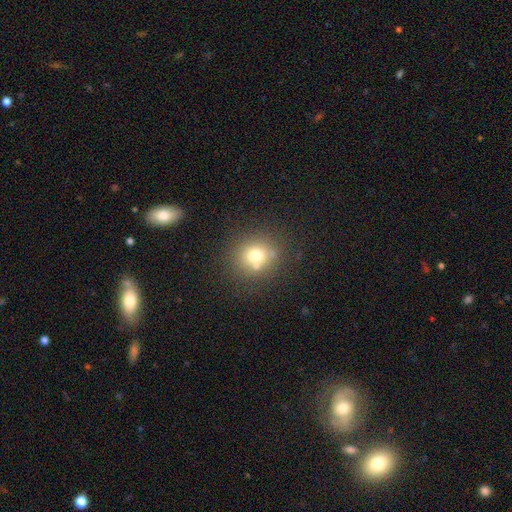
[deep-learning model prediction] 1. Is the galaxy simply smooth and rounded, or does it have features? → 71% smooth, 14% star or artifact, 14% featured or disk.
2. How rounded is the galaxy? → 82% round, 17% in between, 1% cigar-shaped.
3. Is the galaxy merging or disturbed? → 69% none, 16% merger, 11% minor disturbance, 4% major disturbance.